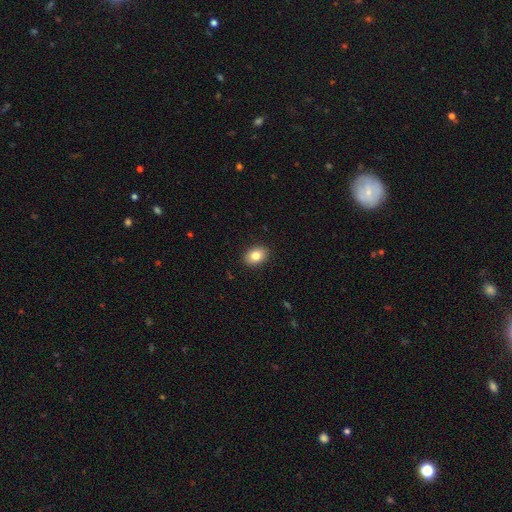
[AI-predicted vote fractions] Smooth or featured? Predicted: smooth (p=0.83). How rounded? Predicted: in between (p=0.74). Merging? Predicted: none (p=0.90).